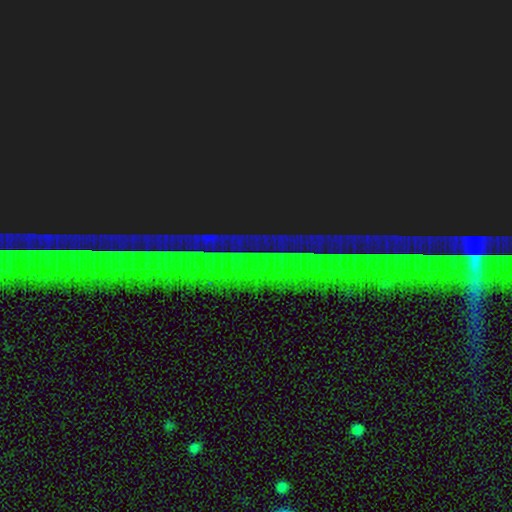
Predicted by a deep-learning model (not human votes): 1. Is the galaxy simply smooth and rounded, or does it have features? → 85% star or artifact, 8% featured or disk, 7% smooth.